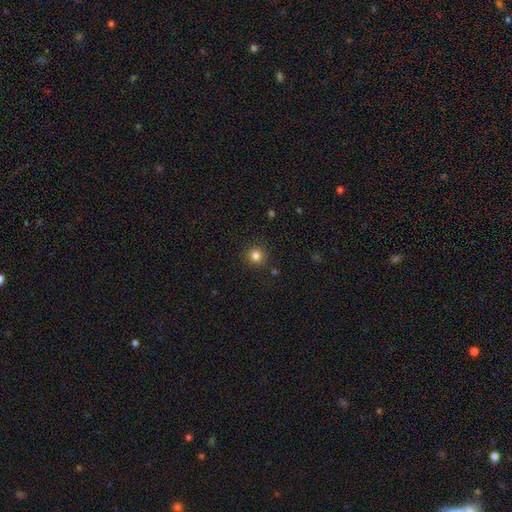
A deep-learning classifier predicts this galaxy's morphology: Smooth or featured?
  - smooth: 82% *
  - star or artifact: 13%
  - featured or disk: 5%
How rounded?
  - round: 92% *
  - in between: 7%
  - cigar-shaped: 1%
Merging?
  - none: 90% *
  - minor disturbance: 6%
  - major disturbance: 2%
  - merger: 2%